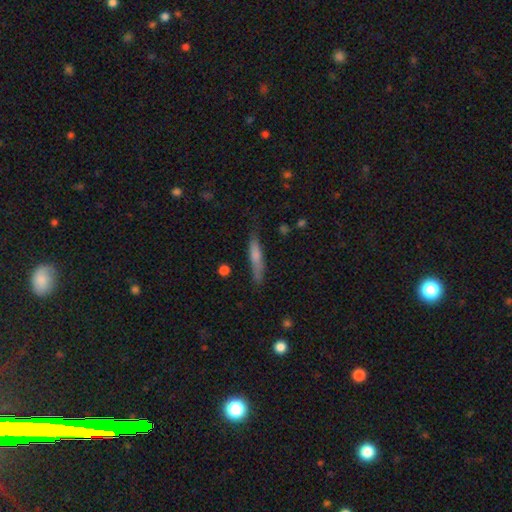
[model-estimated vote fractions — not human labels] Morphology: type=smooth (67%); roundness=cigar-shaped (87%); merging=none (74%).